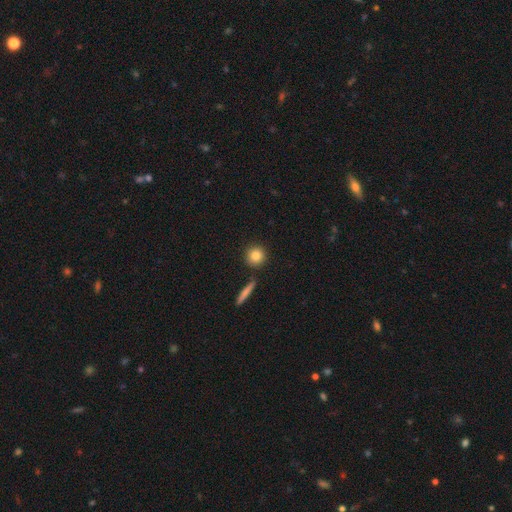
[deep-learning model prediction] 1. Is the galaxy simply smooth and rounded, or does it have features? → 84% smooth, 8% star or artifact, 8% featured or disk.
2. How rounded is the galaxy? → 89% round, 9% in between, 2% cigar-shaped.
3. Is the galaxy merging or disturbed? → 85% none, 7% minor disturbance, 5% merger, 2% major disturbance.